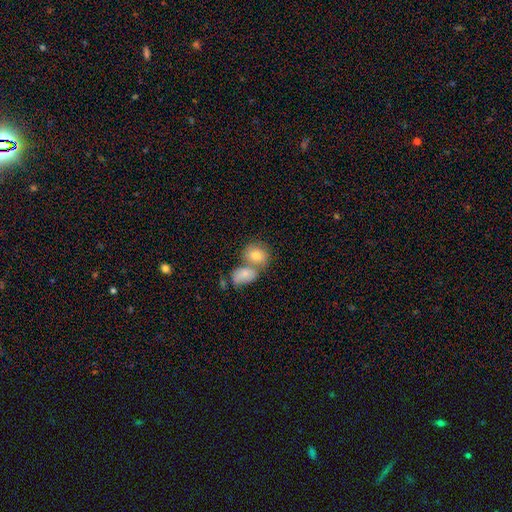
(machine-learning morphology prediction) This is possibly a smooth galaxy (57%). How rounded: possibly in between (50%). Merging: possibly merger (49%).